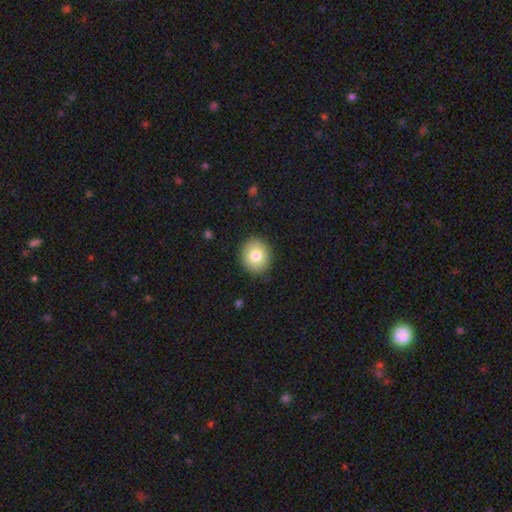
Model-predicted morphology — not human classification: The model was most divided on "how rounded": round: 70%, in between: 29%, cigar-shaped: 1%. More confident: merging — none (89%); smooth or featured — smooth (78%).